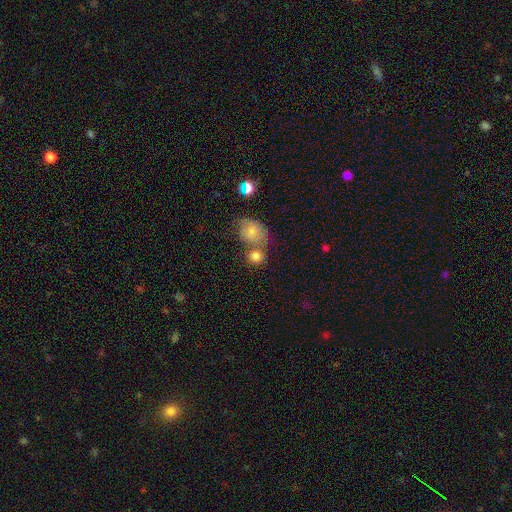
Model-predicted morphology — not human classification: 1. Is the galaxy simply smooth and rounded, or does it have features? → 81% smooth, 10% star or artifact, 10% featured or disk.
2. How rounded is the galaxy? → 76% round, 23% in between, 1% cigar-shaped.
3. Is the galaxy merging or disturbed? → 47% none, 38% merger, 11% minor disturbance, 5% major disturbance.